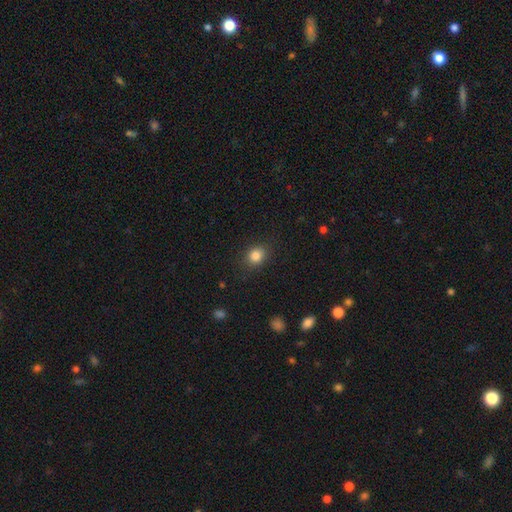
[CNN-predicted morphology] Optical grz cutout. It shows a smooth galaxy with no disk features (84%) that is round (65%). Merging: none (85%).